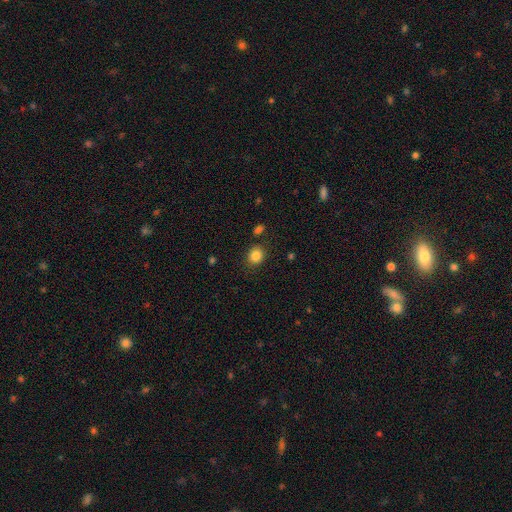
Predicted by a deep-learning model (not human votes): A smooth galaxy with no disk features (85%) that is round (71%).

Vote fractions:
- Smooth or featured? smooth: 85% / star or artifact: 11% / featured or disk: 5%
- How rounded? round: 71% / in between: 28% / cigar-shaped: 1%
- Merging? none: 84% / minor disturbance: 10% / merger: 3% / major disturbance: 3%